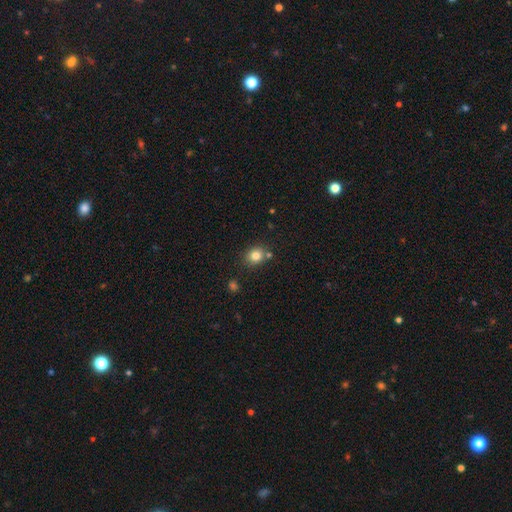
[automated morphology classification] smooth 81%, star or artifact 12%, featured or disk 7%. Down the decision tree: how rounded — round (70%); merging — none (76%).